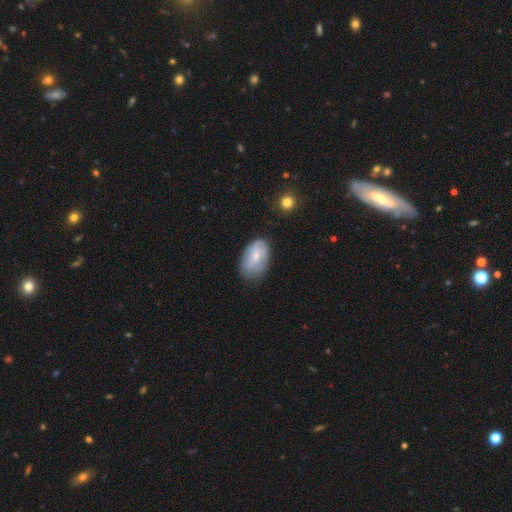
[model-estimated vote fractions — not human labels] A smooth galaxy with no disk features (65%) that is in between round and cigar-shaped (90%). Merging: none (66%).